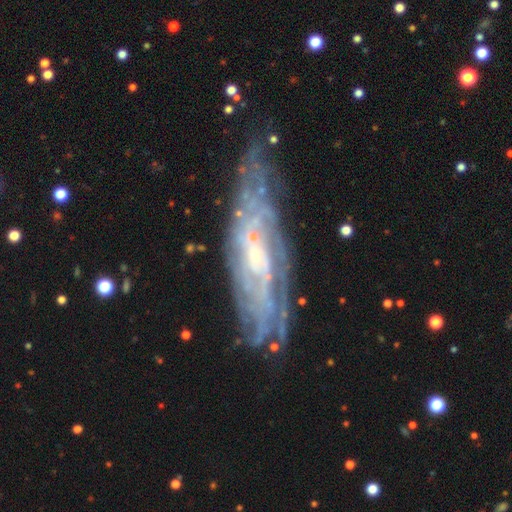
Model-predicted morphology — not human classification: type=featured or disk (83%); edge-on=no (75%); bar=no (62%); spiral arms=yes (92%); winding=tight (73%); arm count=can't tell (55%); bulge=small (72%); merging=none (77%).